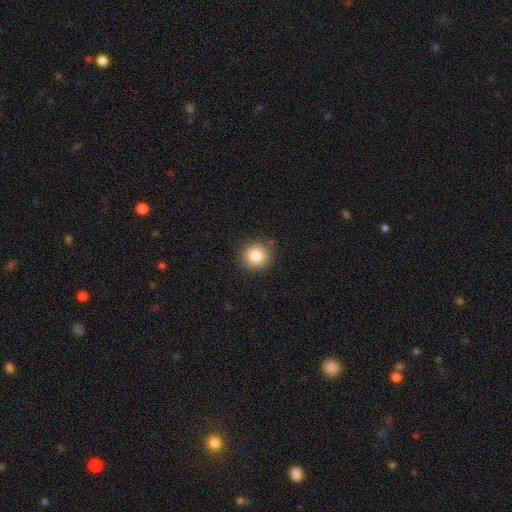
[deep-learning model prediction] smooth 84%, star or artifact 10%, featured or disk 6%. Down the decision tree: how rounded — round (93%); merging — none (87%).